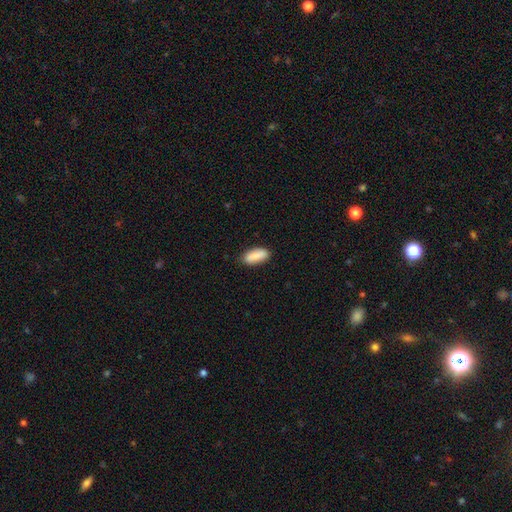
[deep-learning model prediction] Smooth or featured? Predicted: smooth (p=0.87). How rounded? Predicted: in between (p=0.81). Merging? Predicted: none (p=0.85).